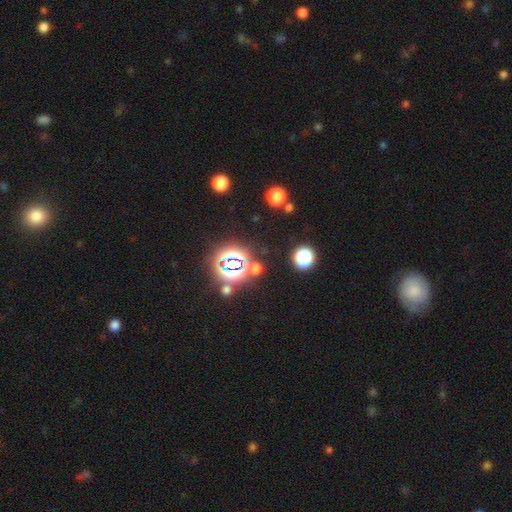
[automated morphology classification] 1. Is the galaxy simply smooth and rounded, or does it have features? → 80% star or artifact, 14% smooth, 7% featured or disk.